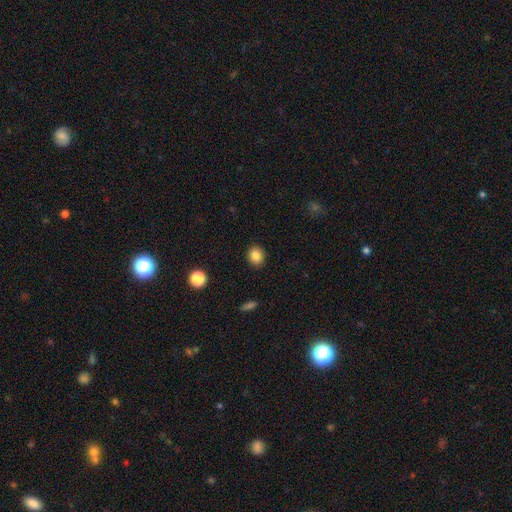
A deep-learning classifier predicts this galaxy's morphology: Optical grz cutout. It shows a smooth galaxy with no disk features (85%) that is round (67%). Merging: none (90%).